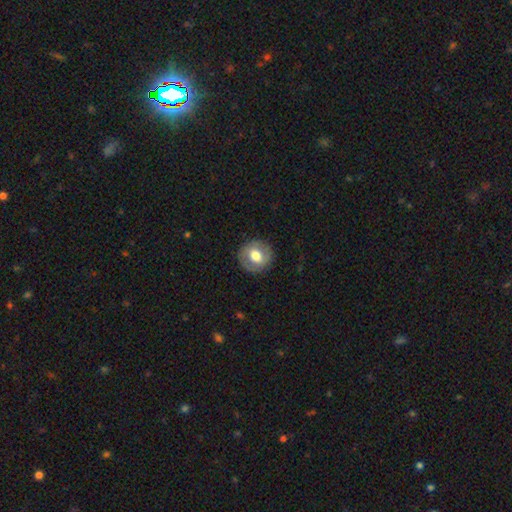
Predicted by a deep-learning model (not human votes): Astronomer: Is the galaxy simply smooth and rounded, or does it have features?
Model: smooth — 57% (runner-up: featured or disk, 36%).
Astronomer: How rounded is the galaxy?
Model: round — 86%.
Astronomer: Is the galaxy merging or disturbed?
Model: none — 86%.